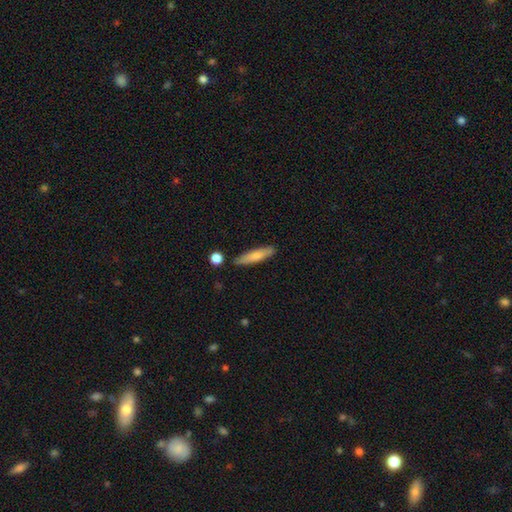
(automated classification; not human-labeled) smooth 71%, featured or disk 23%, star or artifact 6%. Down the decision tree: how rounded — cigar-shaped (82%); merging — none (83%).